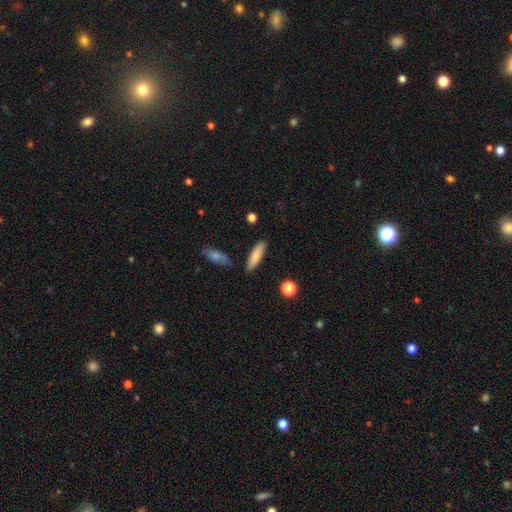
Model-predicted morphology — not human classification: A smooth galaxy with no disk features (81%) that is cigar-shaped (56%). Merging: none (84%).